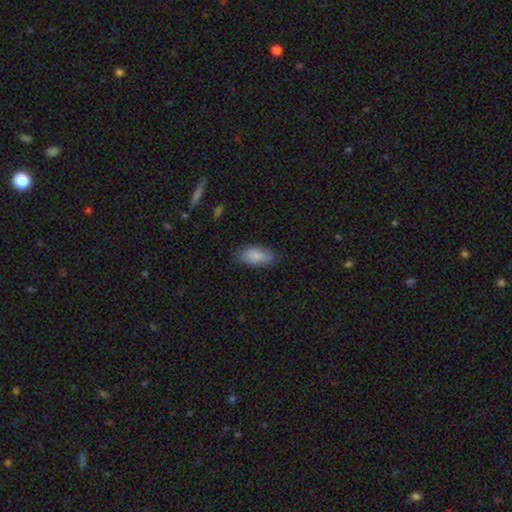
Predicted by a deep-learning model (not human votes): smooth-or-featured: smooth: 85% | featured or disk: 8% | star or artifact: 6%
  how-rounded: in between: 89% | cigar-shaped: 8% | round: 3%
  merging: none: 82% | minor disturbance: 14% | major disturbance: 3% | merger: 1%